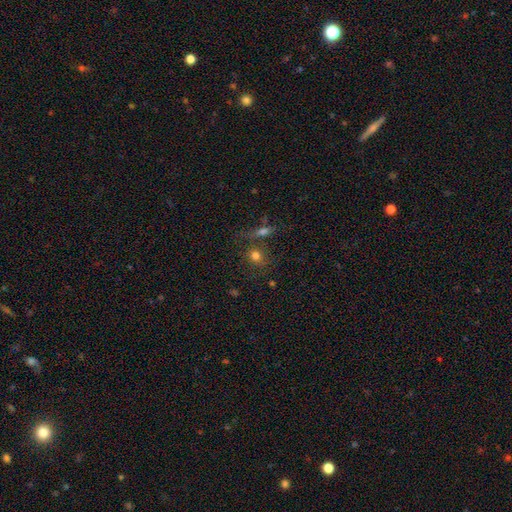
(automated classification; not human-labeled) Smooth or featured? Predicted: smooth (p=0.73). How rounded? Predicted: round (p=0.81). Merging? Predicted: none (p=0.61).